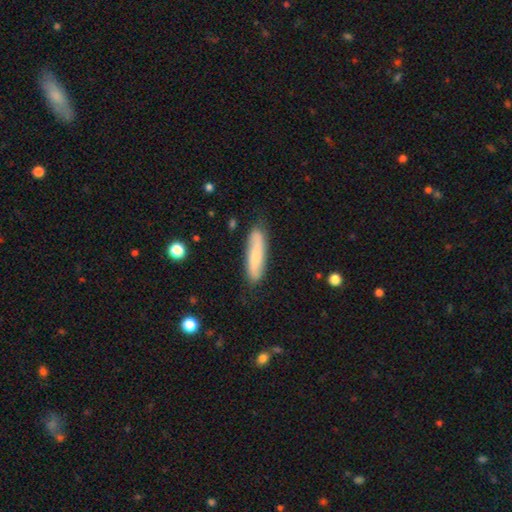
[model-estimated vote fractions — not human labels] A smooth galaxy with no disk features (58%) that is cigar-shaped (74%).

Vote fractions:
- Smooth or featured? smooth: 58% / featured or disk: 36% / star or artifact: 6%
- How rounded? cigar-shaped: 74% / in between: 25% / round: 2%
- Merging? none: 81% / minor disturbance: 14% / major disturbance: 3% / merger: 2%